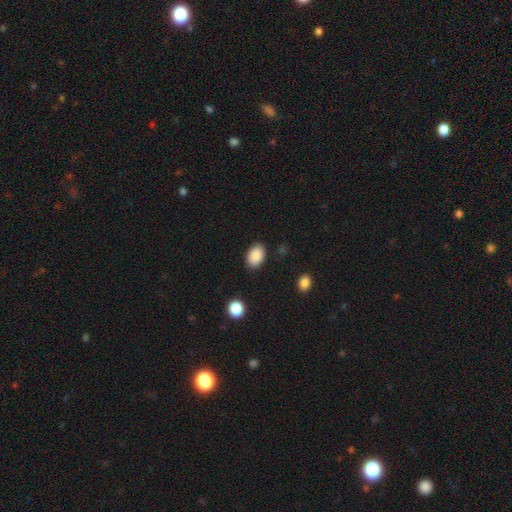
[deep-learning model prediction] A smooth galaxy with no disk features (88%) that is in between round and cigar-shaped (86%). Merging: none (86%).